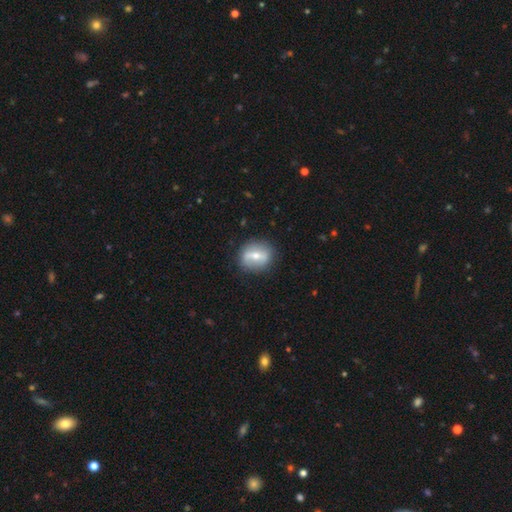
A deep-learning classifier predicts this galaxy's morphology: A featured or disk galaxy (54%). Merging: none (84%).